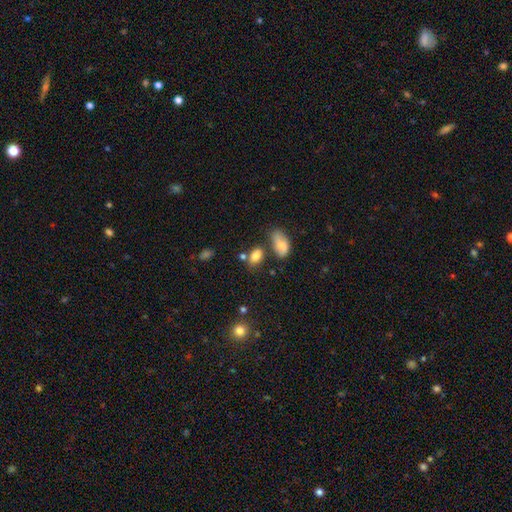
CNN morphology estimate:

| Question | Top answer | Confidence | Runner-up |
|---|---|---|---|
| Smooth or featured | smooth | 82% | star or artifact (10%) |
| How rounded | in between | 86% | round (12%) |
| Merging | none | 61% | minor disturbance (17%) |